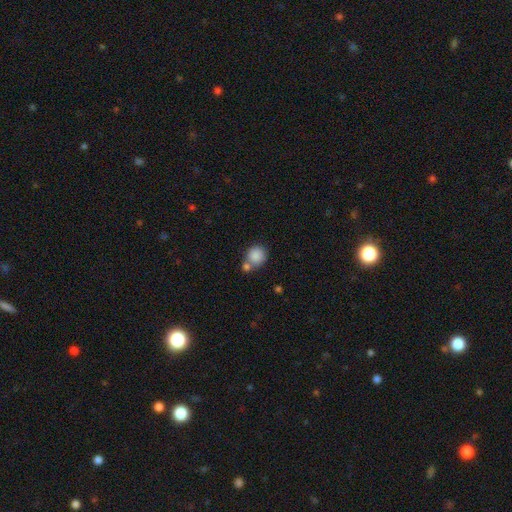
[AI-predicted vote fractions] Smooth or featured? Predicted: smooth (p=0.86). How rounded? Predicted: round (p=0.86). Merging? Predicted: none (p=0.53).